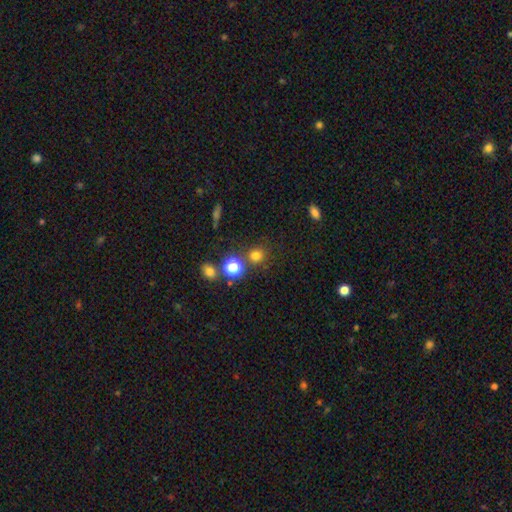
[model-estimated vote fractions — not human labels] Smooth or featured: smooth — 72% (star or artifact — 22%)
How rounded: round — 88% (in between — 11%)
Merging: none — 77% (merger — 10%)